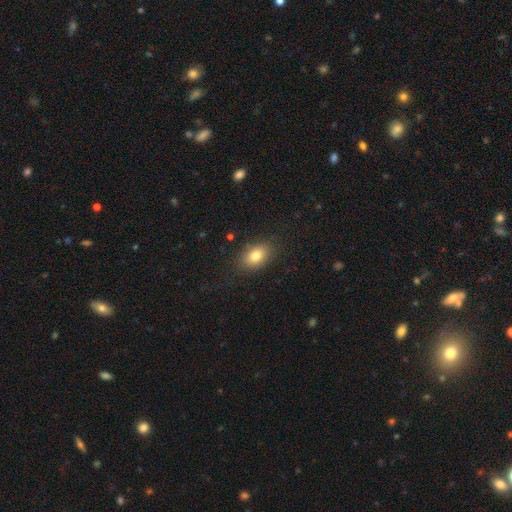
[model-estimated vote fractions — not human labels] smooth 81%, featured or disk 11%, star or artifact 9%. Down the decision tree: how rounded — in between (85%); merging — none (83%).